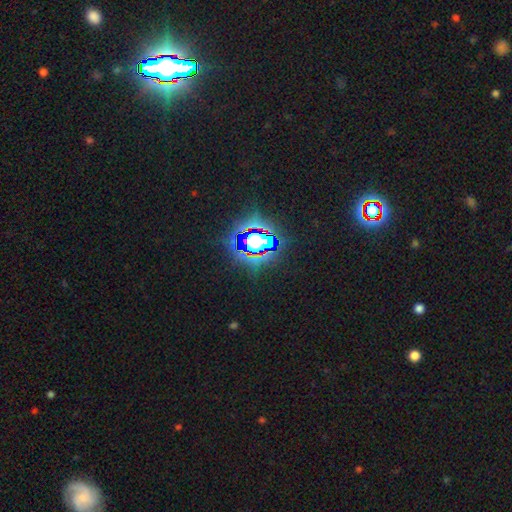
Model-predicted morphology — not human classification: This appears to be a star or artifact, not a galaxy (76%).